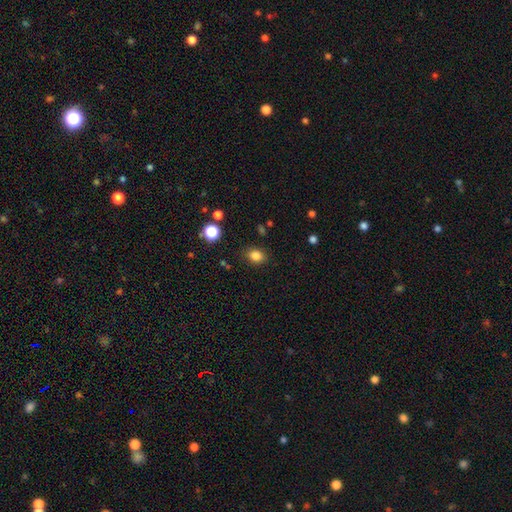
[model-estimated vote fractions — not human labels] smooth 82%, star or artifact 12%, featured or disk 5%. Down the decision tree: how rounded — in between (58%); merging — none (85%).